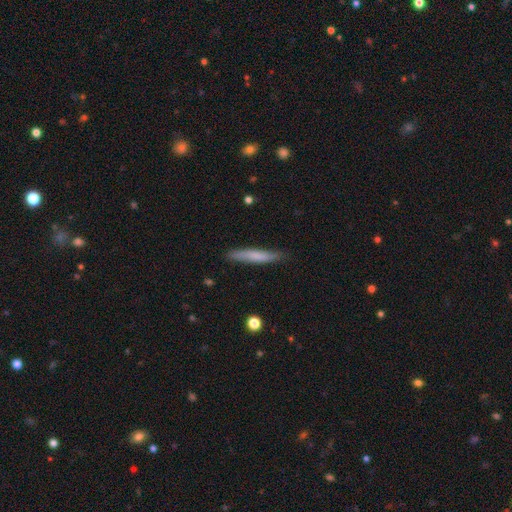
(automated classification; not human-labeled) smooth 69%, featured or disk 26%, star or artifact 6%. Down the decision tree: how rounded — cigar-shaped (93%); merging — none (86%).